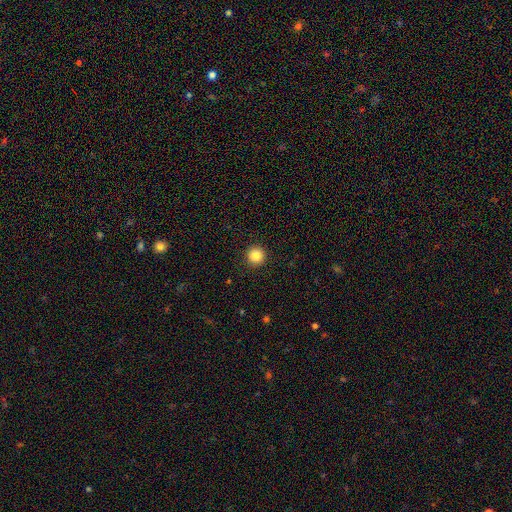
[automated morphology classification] Smooth or featured?
  - smooth: 85% *
  - star or artifact: 10%
  - featured or disk: 4%
How rounded?
  - round: 96% *
  - in between: 3%
  - cigar-shaped: 1%
Merging?
  - none: 93% *
  - minor disturbance: 4%
  - major disturbance: 2%
  - merger: 1%